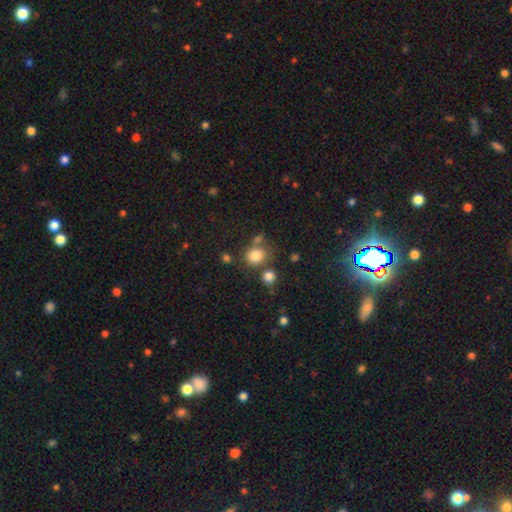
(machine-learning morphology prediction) This appears to be a smooth galaxy with no disk features (80%) that is round (77%). Merging: none (63%).